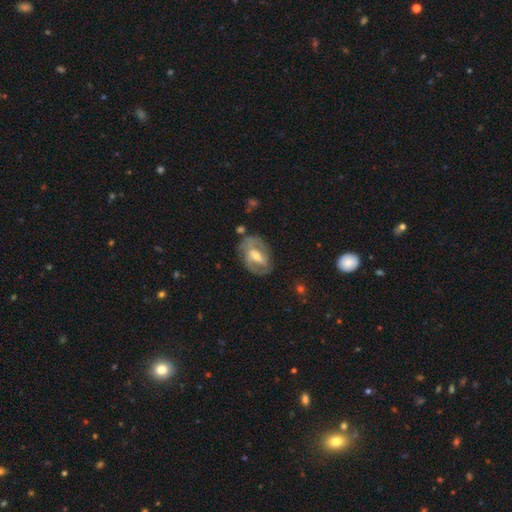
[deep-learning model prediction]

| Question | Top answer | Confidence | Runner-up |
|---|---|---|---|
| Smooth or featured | featured or disk | 74% | smooth (19%) |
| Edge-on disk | no | 94% | yes (6%) |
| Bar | weak | 42% | strong (37%) |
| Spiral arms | yes | 78% | no (22%) |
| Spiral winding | medium | 42% | tied: tight (42%) |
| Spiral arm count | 2 | 66% | can't tell (20%) |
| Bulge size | moderate | 57% | small (34%) |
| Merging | none | 66% | minor disturbance (20%) |